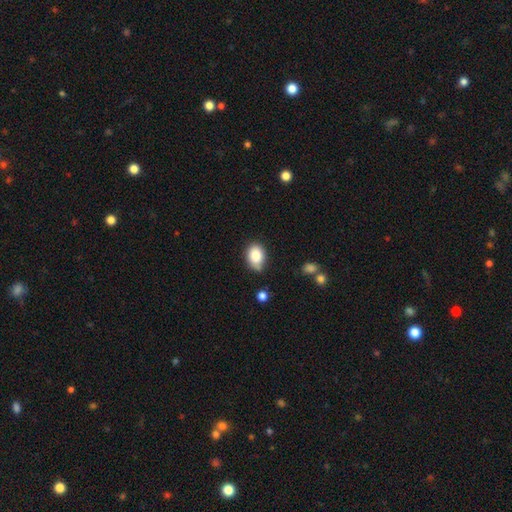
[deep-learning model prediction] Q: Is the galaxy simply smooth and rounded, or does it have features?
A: smooth — 85%.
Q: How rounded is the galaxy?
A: in between — 72%.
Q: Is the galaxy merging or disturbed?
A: none — 63%.